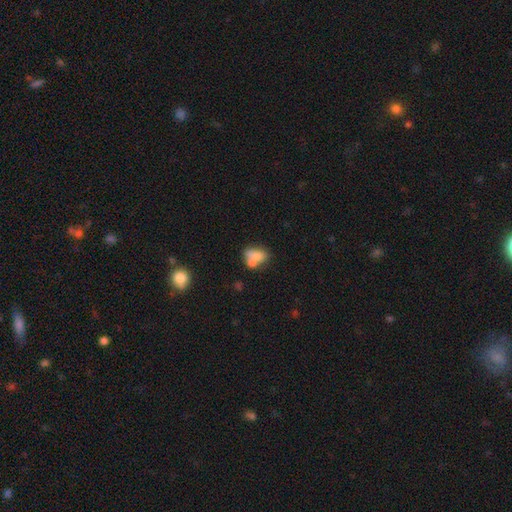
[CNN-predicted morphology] A smooth galaxy with no disk features (68%) that is in between round and cigar-shaped (70%). Merging: merger (53%).